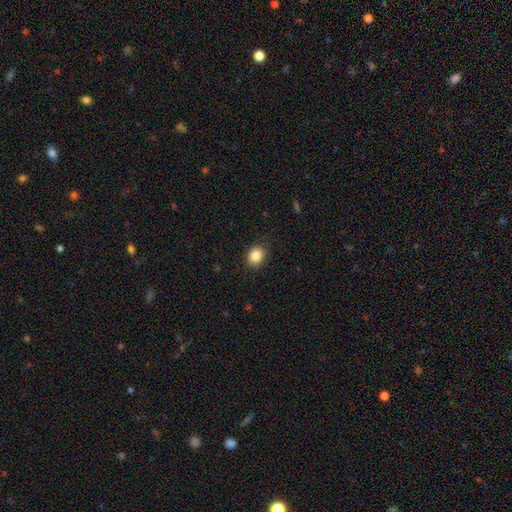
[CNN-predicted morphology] type=smooth (85%); roundness=round (61%); merging=none (87%).